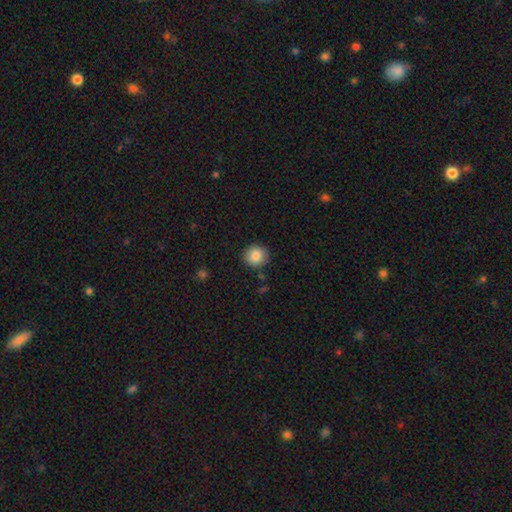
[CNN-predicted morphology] The model was most divided on "how rounded": round: 87%, in between: 12%, cigar-shaped: 1%. More confident: merging — none (87%); smooth or featured — smooth (85%).